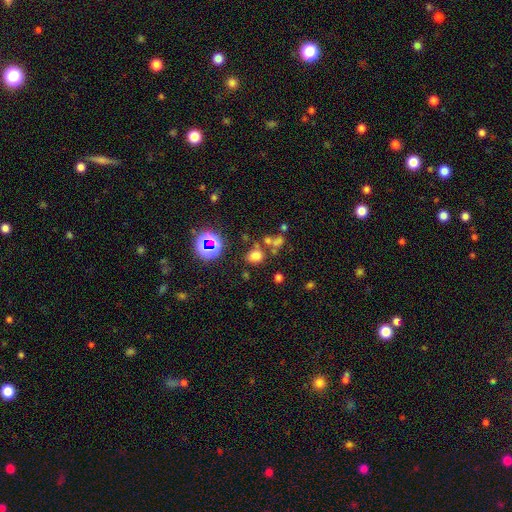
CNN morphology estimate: type=smooth (67%); roundness=round (55%); merging=none (66%).